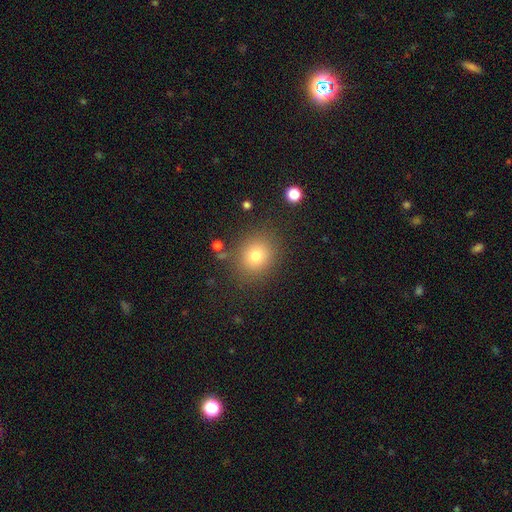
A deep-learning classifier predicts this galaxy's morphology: Smooth or featured?
  - smooth: 77% *
  - star or artifact: 14%
  - featured or disk: 9%
How rounded?
  - round: 75% *
  - in between: 24%
  - cigar-shaped: 1%
Merging?
  - none: 84% *
  - minor disturbance: 9%
  - major disturbance: 4%
  - merger: 3%